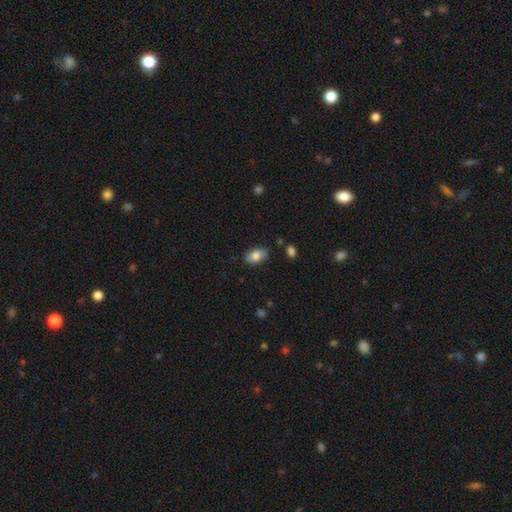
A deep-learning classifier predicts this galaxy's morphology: The model was most divided on "smooth or featured": smooth: 75%, featured or disk: 18%, star or artifact: 7%. More confident: how rounded — in between (90%); merging — none (80%).